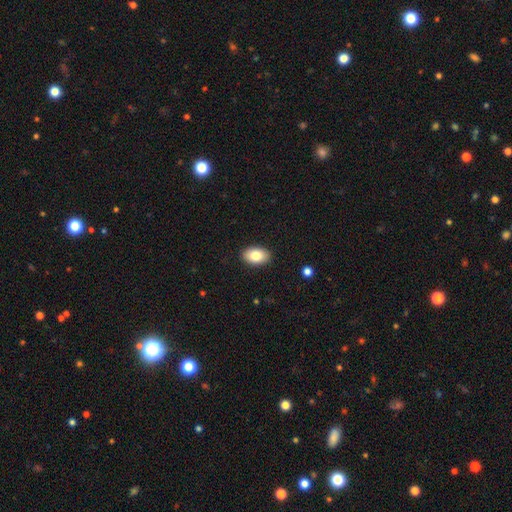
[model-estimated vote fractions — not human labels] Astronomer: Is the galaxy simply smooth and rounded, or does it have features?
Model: smooth — 82%.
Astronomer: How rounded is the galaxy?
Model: in between — 91%.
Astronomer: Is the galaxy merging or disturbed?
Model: none — 90%.